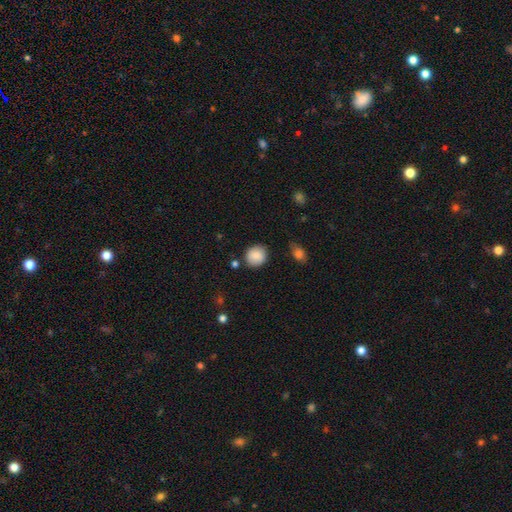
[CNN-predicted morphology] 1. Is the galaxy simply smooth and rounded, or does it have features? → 86% smooth, 8% star or artifact, 7% featured or disk.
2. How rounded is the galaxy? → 81% round, 18% in between, 1% cigar-shaped.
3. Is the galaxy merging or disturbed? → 83% none, 11% minor disturbance, 3% merger, 3% major disturbance.